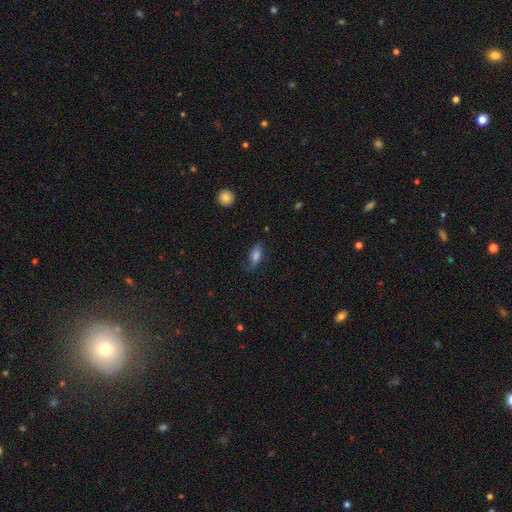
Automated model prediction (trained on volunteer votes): This appears to be a smooth galaxy with no disk features (67%) that is in between round and cigar-shaped (78%). Merging: none (65%).